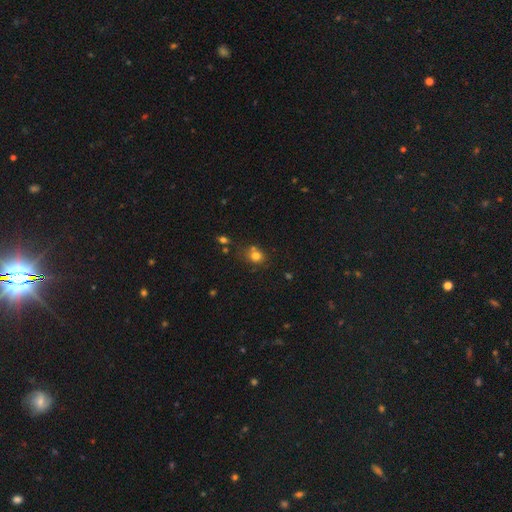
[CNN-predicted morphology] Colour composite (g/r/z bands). It shows a smooth galaxy with no disk features (77%) that is round (71%). Merging: none (60%).